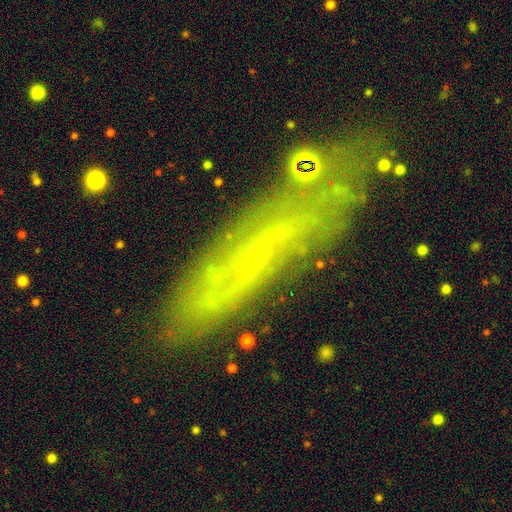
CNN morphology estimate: Smooth or featured? featured or disk (64%)
Edge-on disk? no (62%)
Merging? none (69%)